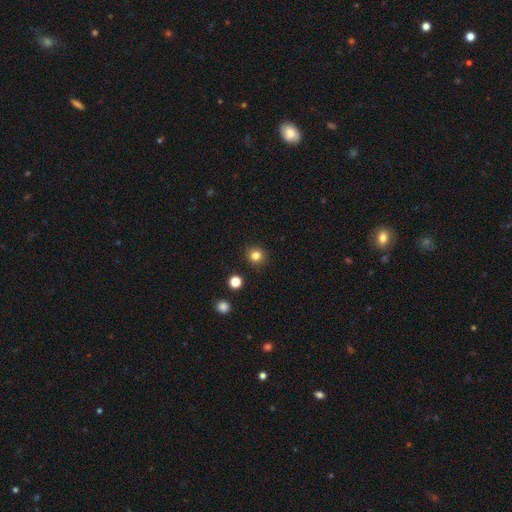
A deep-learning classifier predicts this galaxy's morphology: type=smooth (82%); roundness=round (90%); merging=none (90%).